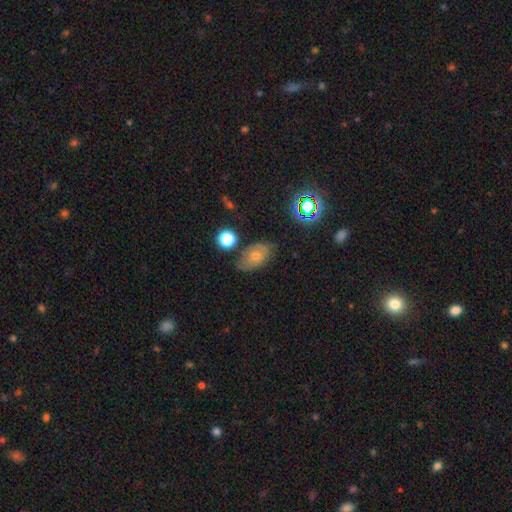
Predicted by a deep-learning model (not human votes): Smooth or featured?
  - smooth: 47% *
  - featured or disk: 31%
  - star or artifact: 22%
Merging?
  - none: 71% *
  - minor disturbance: 20%
  - major disturbance: 5%
  - merger: 3%